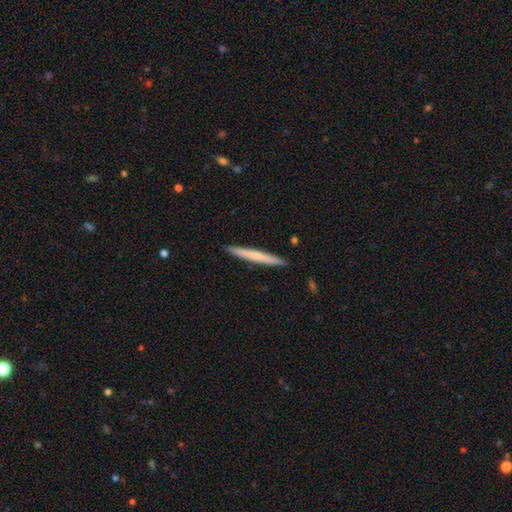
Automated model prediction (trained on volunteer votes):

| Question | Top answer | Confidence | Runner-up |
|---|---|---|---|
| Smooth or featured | smooth | 61% | featured or disk (34%) |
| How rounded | cigar-shaped | 97% | in between (2%) |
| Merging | none | 92% | minor disturbance (6%) |